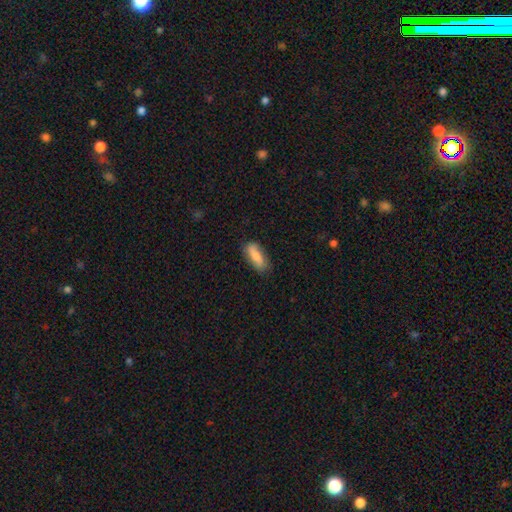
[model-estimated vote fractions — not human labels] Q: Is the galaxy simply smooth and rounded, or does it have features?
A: smooth — 72%.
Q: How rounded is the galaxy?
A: in between — 72%.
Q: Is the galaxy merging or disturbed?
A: none — 78%.